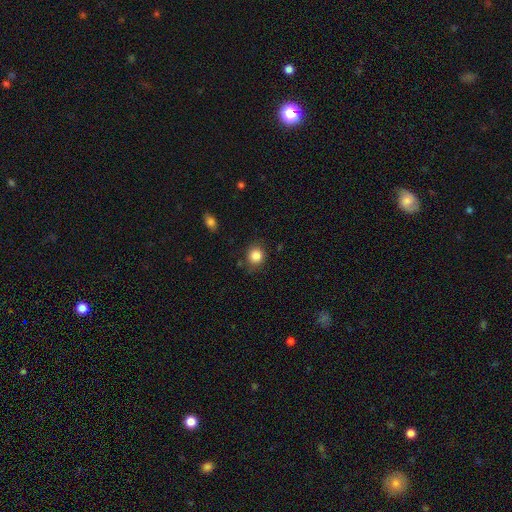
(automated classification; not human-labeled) Smooth or featured? smooth (86%)
How rounded? round (84%)
Merging? none (81%)